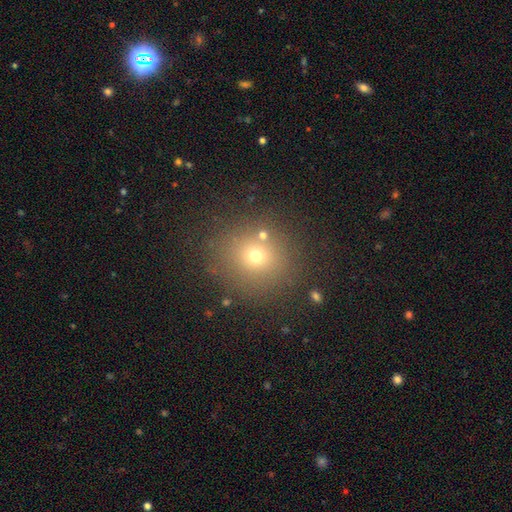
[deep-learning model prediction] Overall: smooth (64%). How rounded: round (89%). Merging: none (81%).